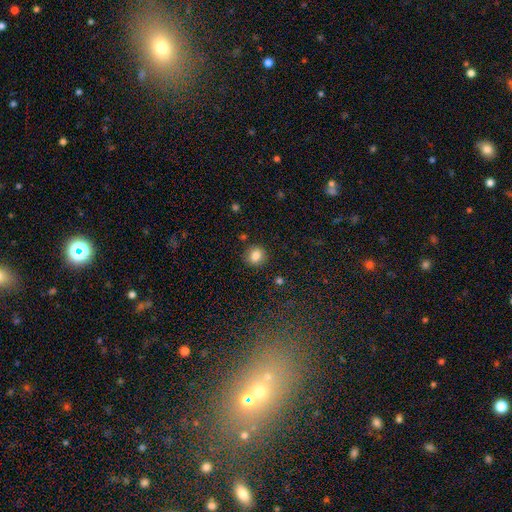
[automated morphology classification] Smooth or featured? Predicted: smooth (p=0.84). How rounded? Predicted: round (p=0.83). Merging? Predicted: none (p=0.87).